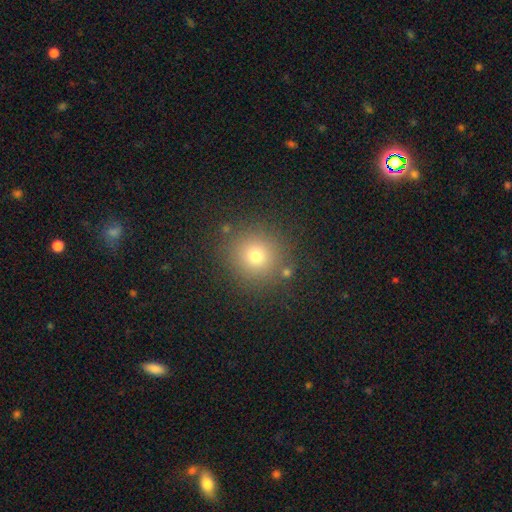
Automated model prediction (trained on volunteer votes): smooth 71%, star or artifact 19%, featured or disk 9%. Down the decision tree: how rounded — round (92%); merging — none (86%).